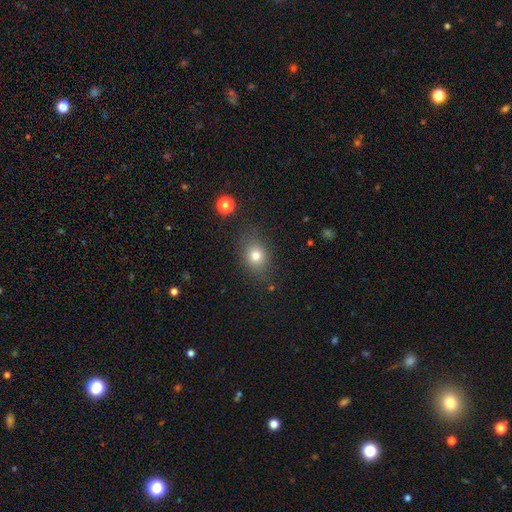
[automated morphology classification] Overall: smooth (77%). How rounded: in between (51%; round 48%). Merging: none (80%).